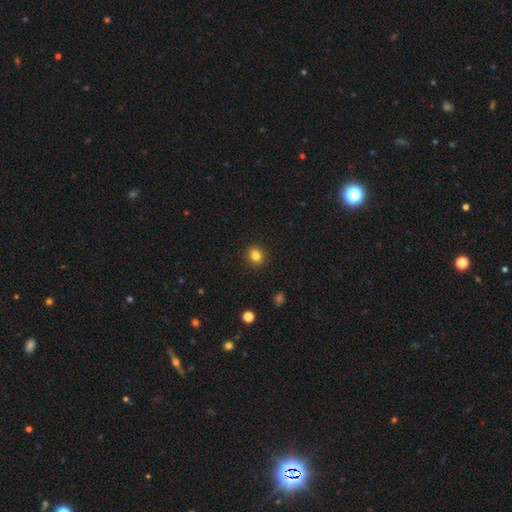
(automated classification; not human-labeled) Q: Smooth or featured?
A: smooth (82%); runner-up: star or artifact (12%)
Q: How rounded?
A: round (78%); runner-up: in between (21%)
Q: Merging?
A: none (92%); runner-up: minor disturbance (6%)